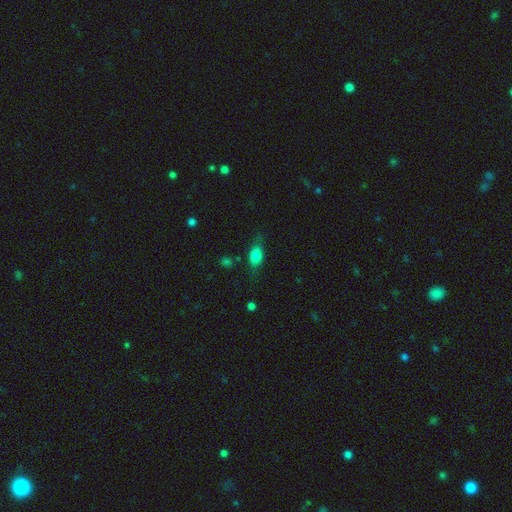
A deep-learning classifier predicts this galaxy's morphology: This appears to be a smooth galaxy with no disk features (76%) that is in between round and cigar-shaped (80%). Merging: none (69%).